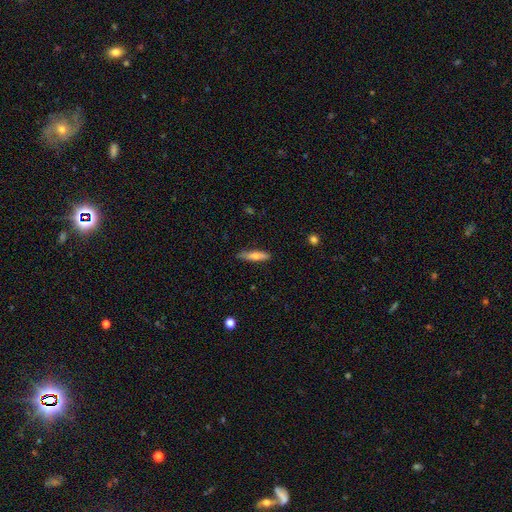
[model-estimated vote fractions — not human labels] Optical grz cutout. It shows a smooth galaxy with no disk features (66%) that is cigar-shaped (82%). Merging: none (85%).